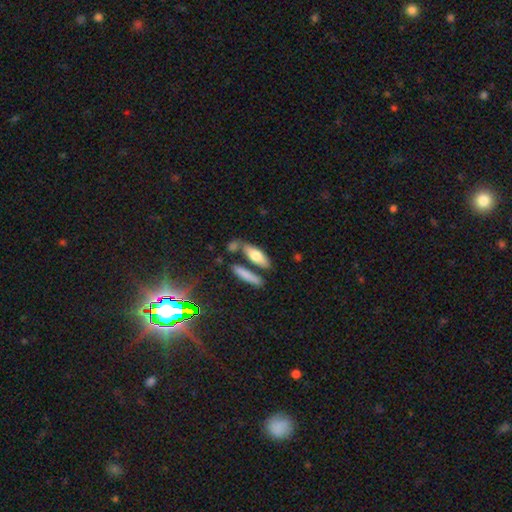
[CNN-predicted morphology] The model was most divided on "how rounded": in between: 54%, cigar-shaped: 43%, round: 3%. More confident: smooth or featured — smooth (69%); merging — none (64%).